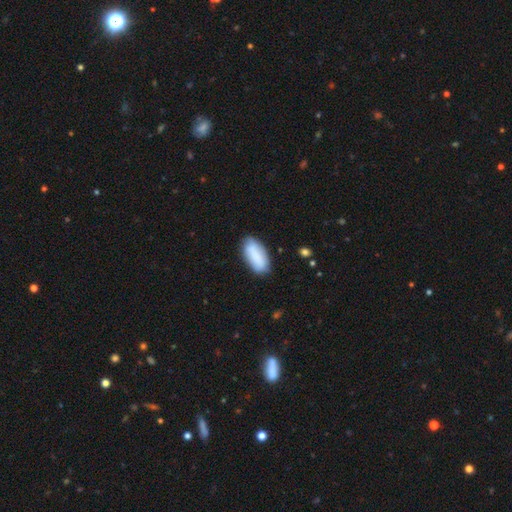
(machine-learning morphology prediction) Smooth or featured? smooth (85%)
How rounded? in between (91%)
Merging? none (78%)